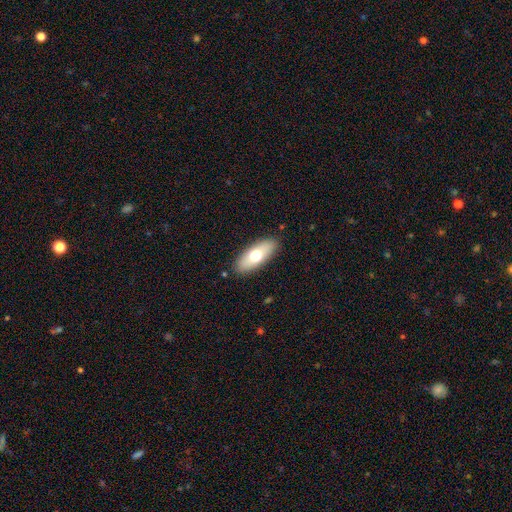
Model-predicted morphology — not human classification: Q: Smooth or featured?
A: smooth (66%); runner-up: featured or disk (28%)
Q: How rounded?
A: in between (76%); runner-up: cigar-shaped (21%)
Q: Merging?
A: none (88%); runner-up: minor disturbance (9%)